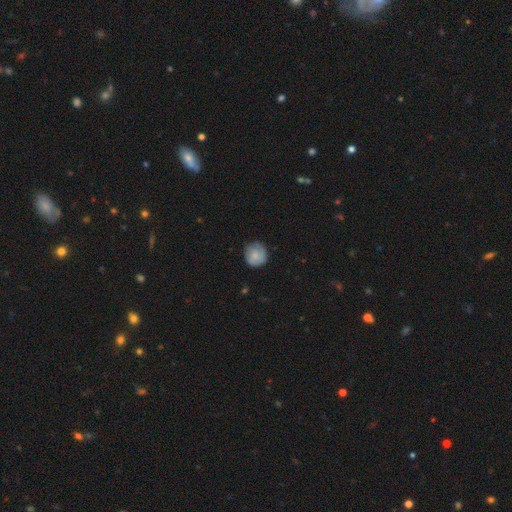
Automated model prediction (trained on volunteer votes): smooth-or-featured: smooth: 72% | featured or disk: 21% | star or artifact: 7%
  how-rounded: round: 90% | in between: 9% | cigar-shaped: 1%
  merging: none: 78% | minor disturbance: 17% | major disturbance: 4% | merger: 1%